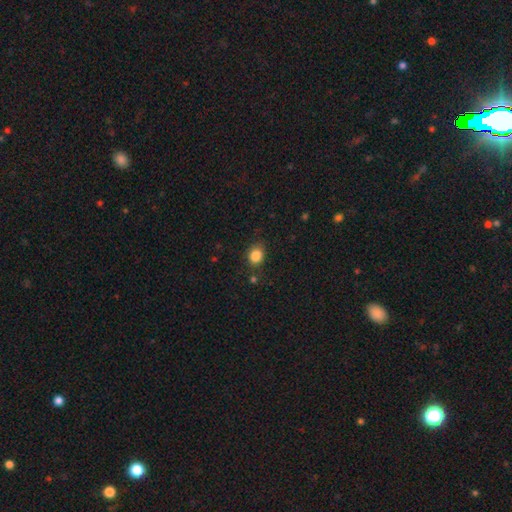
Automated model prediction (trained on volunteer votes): Overall: smooth (85%). How rounded: round (65%; in between 34%). Merging: none (75%).